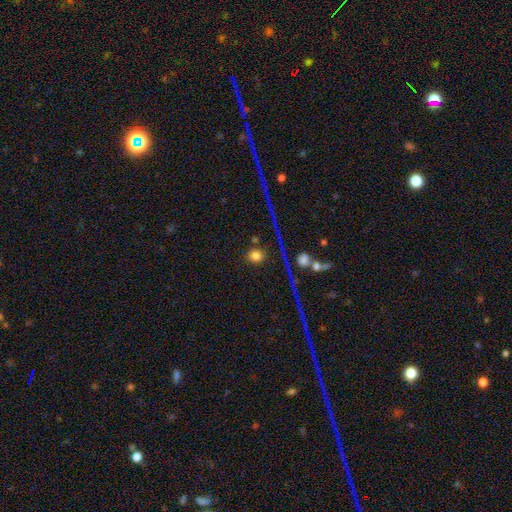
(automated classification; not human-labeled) Smooth or featured? smooth (76%)
How rounded? round (86%)
Merging? none (85%)